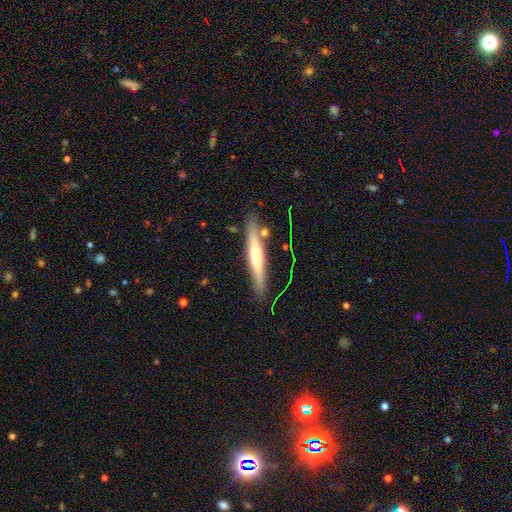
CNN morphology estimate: Smooth or featured?
  - featured or disk: 54% *
  - smooth: 40%
  - star or artifact: 6%
Edge-on disk?
  - yes: 93% *
  - no: 7%
Merging?
  - none: 81% *
  - minor disturbance: 11%
  - merger: 5%
  - major disturbance: 2%